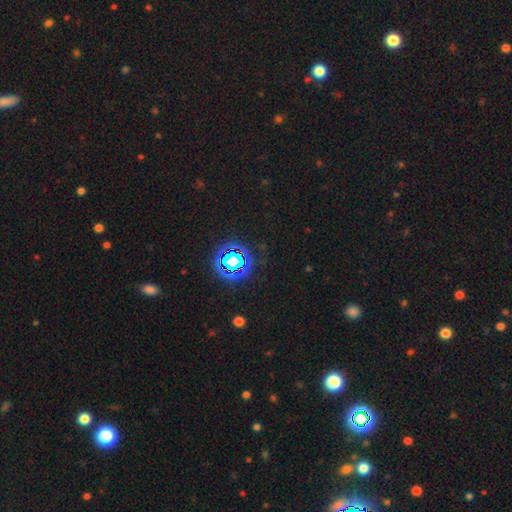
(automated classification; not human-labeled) Overall: star or artifact (76%).